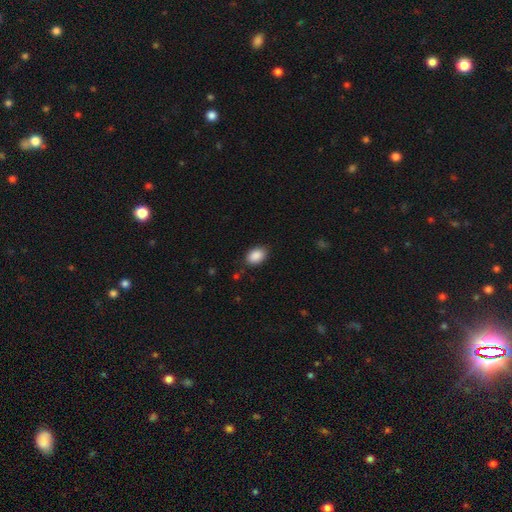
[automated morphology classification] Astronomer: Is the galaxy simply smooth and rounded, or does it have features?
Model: smooth — 89%.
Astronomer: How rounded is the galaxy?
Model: in between — 82%.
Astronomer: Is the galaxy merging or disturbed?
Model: none — 83%.